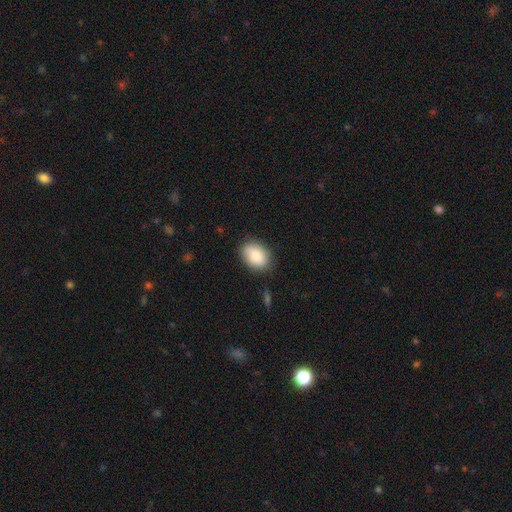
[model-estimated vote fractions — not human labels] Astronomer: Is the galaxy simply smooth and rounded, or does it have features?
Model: smooth — 82%.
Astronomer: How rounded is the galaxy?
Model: in between — 76%.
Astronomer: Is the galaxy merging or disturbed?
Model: none — 82%.